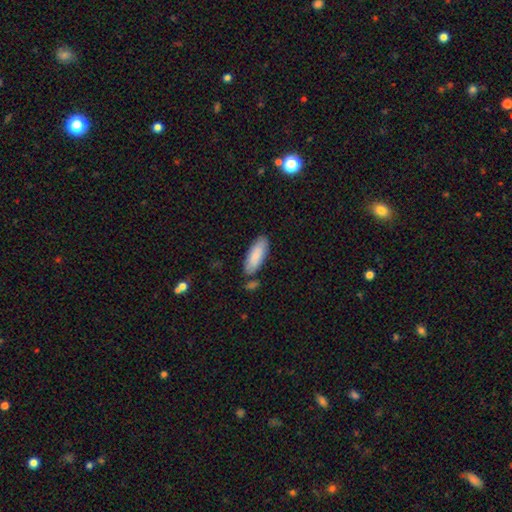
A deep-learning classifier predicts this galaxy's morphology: The model was most divided on "how rounded": in between: 73%, cigar-shaped: 26%, round: 2%. More confident: smooth or featured — smooth (84%); merging — none (76%).